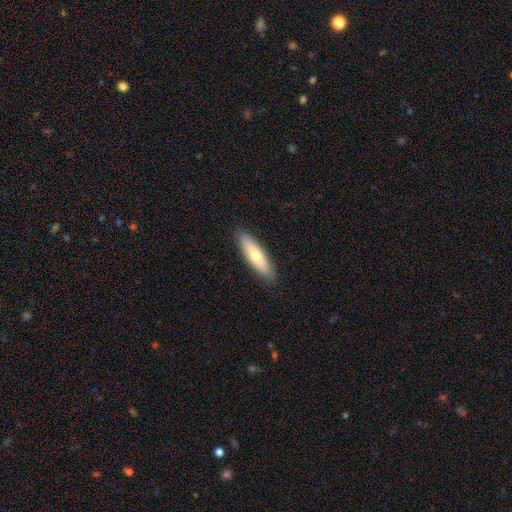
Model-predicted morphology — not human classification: Smooth or featured? Predicted: smooth (p=0.63). How rounded? Predicted: cigar-shaped (p=0.64). Merging? Predicted: none (p=0.88).